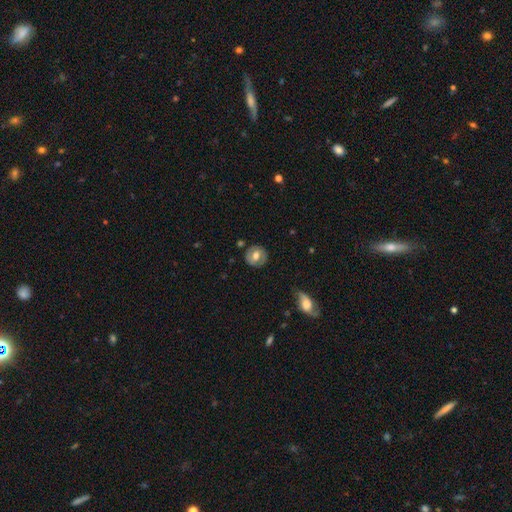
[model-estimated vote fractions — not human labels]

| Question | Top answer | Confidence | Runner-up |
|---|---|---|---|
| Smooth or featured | smooth | 51% | featured or disk (42%) |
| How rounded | round | 84% | in between (15%) |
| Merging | none | 82% | minor disturbance (12%) |